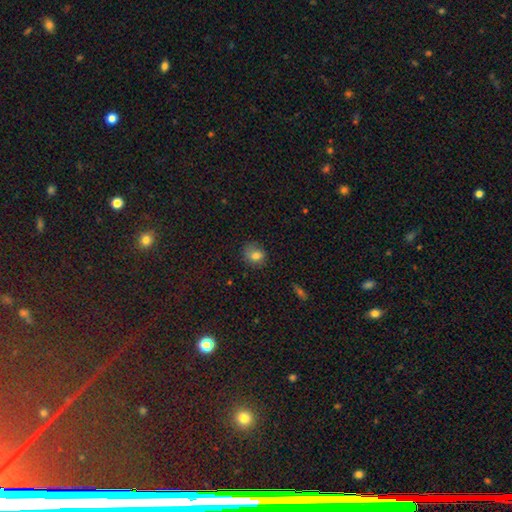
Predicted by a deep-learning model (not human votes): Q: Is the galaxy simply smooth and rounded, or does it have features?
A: smooth — 79%.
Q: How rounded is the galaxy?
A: round — 64%.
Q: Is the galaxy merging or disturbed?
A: none — 69%.